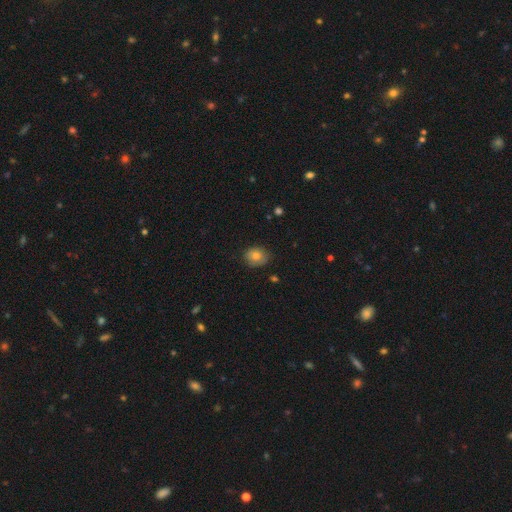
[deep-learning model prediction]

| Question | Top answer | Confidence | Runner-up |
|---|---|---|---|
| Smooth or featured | smooth | 78% | featured or disk (12%) |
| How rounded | round | 59% | in between (40%) |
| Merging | none | 81% | minor disturbance (15%) |